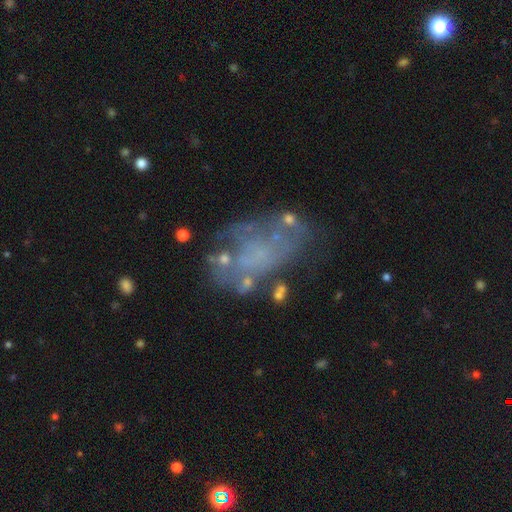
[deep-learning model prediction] Smooth or featured? Predicted: featured or disk (p=0.61). Edge-on disk? Predicted: no (p=0.97). Bar? Predicted: no (p=0.90). Spiral arms? Predicted: no (p=0.76). Bulge size? Predicted: none (p=0.77). Merging? Predicted: none (p=0.48).